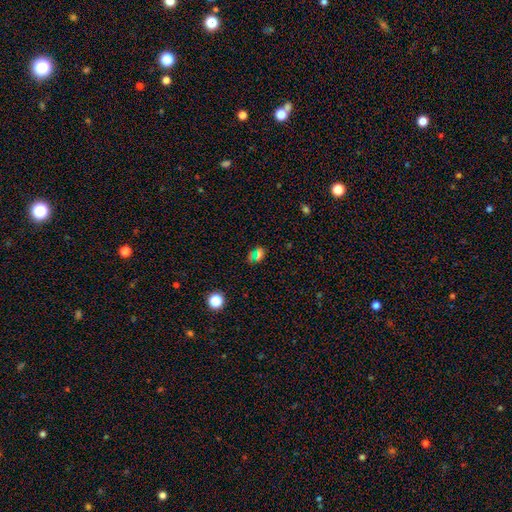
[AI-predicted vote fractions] smooth-or-featured: smooth: 52% | star or artifact: 37% | featured or disk: 10%
  how-rounded: in between: 58% | round: 37% | cigar-shaped: 5%
  merging: none: 74% | minor disturbance: 12% | merger: 7% | major disturbance: 6%